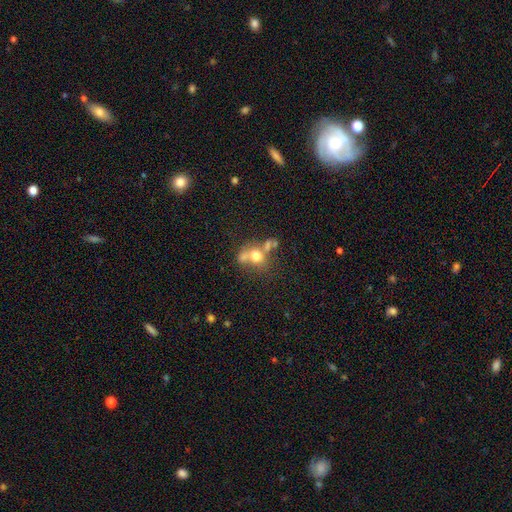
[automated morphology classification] Smooth or featured?
  - smooth: 63% *
  - featured or disk: 23%
  - star or artifact: 14%
How rounded?
  - round: 66% *
  - in between: 33%
  - cigar-shaped: 1%
Merging?
  - merger: 48% *
  - none: 34%
  - minor disturbance: 11%
  - major disturbance: 8%